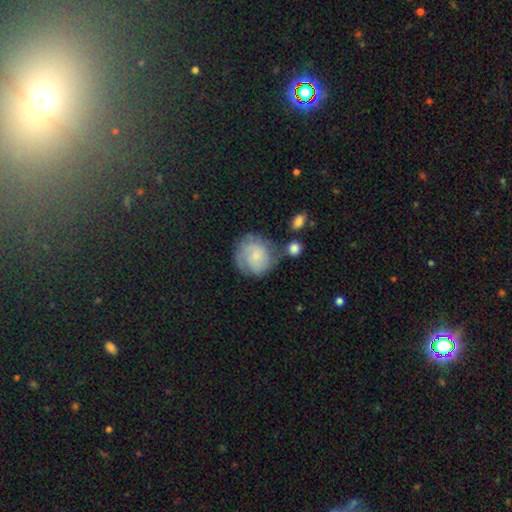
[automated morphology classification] This appears to be a smooth galaxy with no disk features (46%, tied with featured or disk). Merging: none (60%).